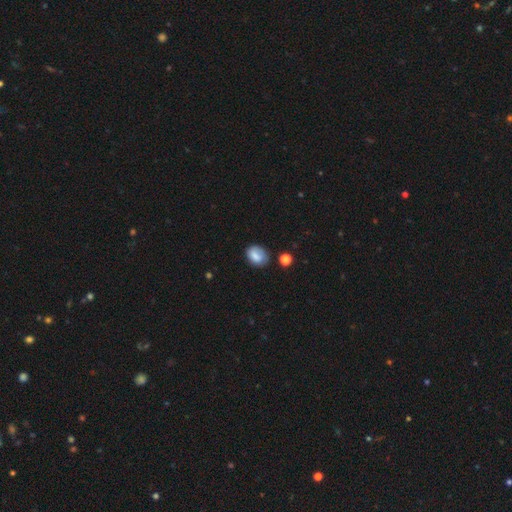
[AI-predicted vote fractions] A smooth galaxy with no disk features (78%) that is in between round and cigar-shaped (64%).

Vote fractions:
- Smooth or featured? smooth: 78% / featured or disk: 13% / star or artifact: 9%
- How rounded? in between: 64% / round: 34% / cigar-shaped: 1%
- Merging? none: 64% / minor disturbance: 24% / major disturbance: 7% / merger: 5%